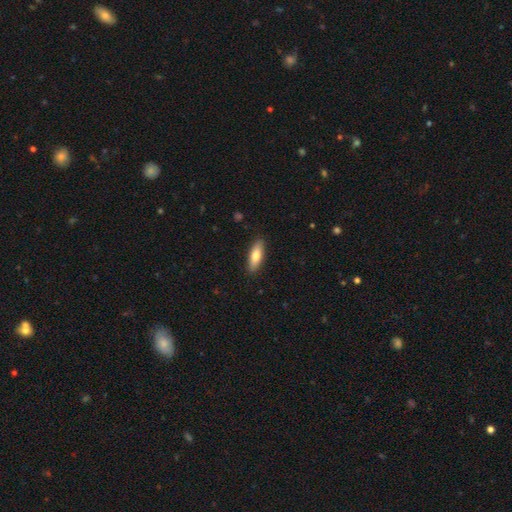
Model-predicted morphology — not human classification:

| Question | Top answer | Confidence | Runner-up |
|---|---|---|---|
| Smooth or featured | smooth | 73% | featured or disk (21%) |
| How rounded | in between | 49% | tied: cigar-shaped (49%) |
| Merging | none | 89% | minor disturbance (8%) |